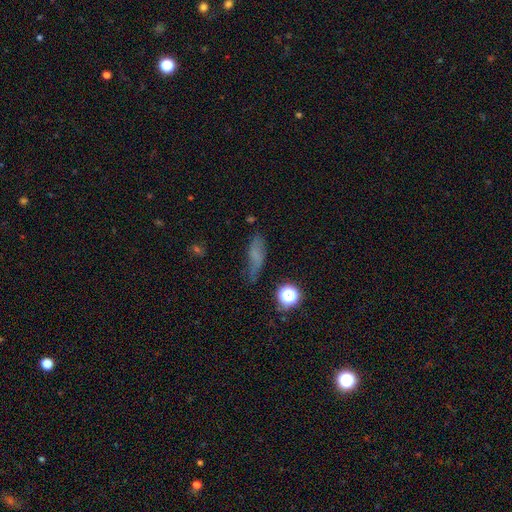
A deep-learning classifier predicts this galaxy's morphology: This appears to be a smooth galaxy with no disk features (55%) that is in between round and cigar-shaped (49%). Merging: none (56%).